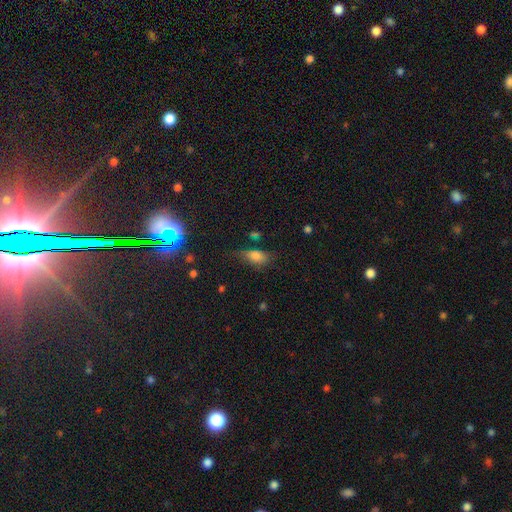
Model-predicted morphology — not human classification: Q: Smooth or featured?
A: smooth (76%); runner-up: star or artifact (12%)
Q: How rounded?
A: in between (84%); runner-up: round (8%)
Q: Merging?
A: none (51%); runner-up: minor disturbance (32%)